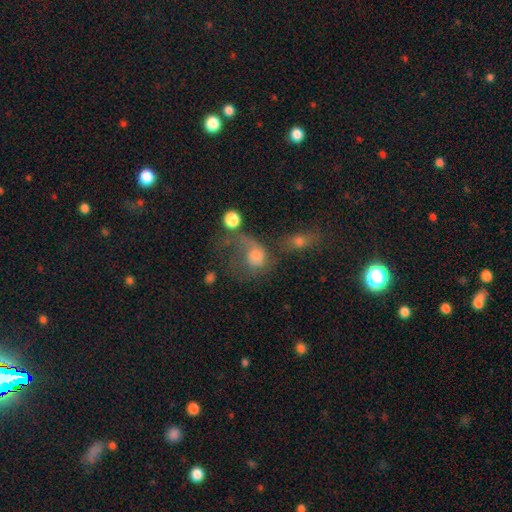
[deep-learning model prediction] The model was most divided on "smooth or featured": smooth: 45%, featured or disk: 40%, star or artifact: 15%. Remaining: merging — major disturbance (41%).